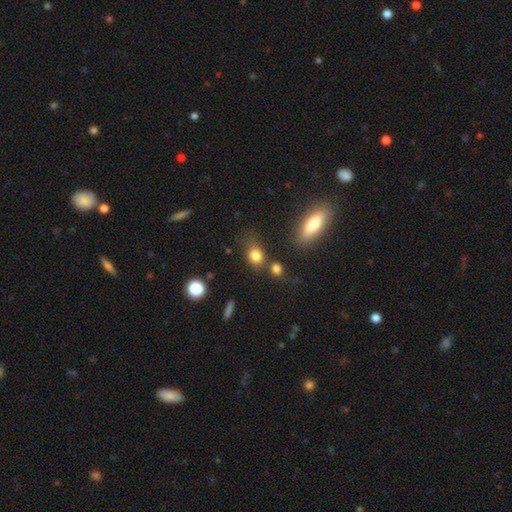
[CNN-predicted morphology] Smooth or featured? smooth (81%)
How rounded? in between (53%)
Merging? none (59%)